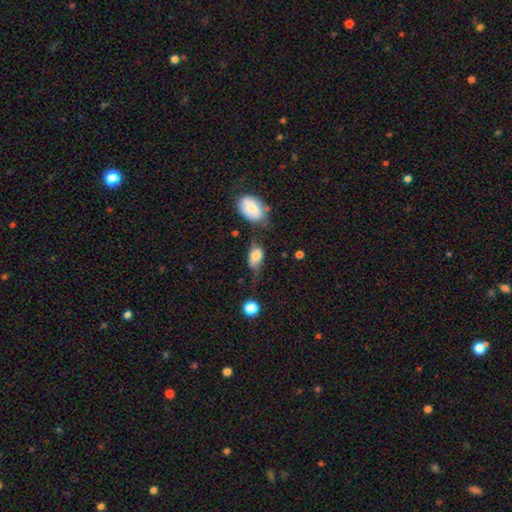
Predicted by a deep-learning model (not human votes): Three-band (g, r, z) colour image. It shows a smooth galaxy with no disk features (68%) that is in between round and cigar-shaped (86%). Merging: minor disturbance (33%).